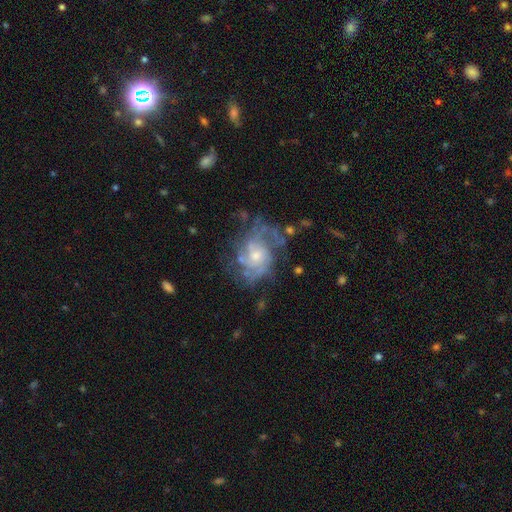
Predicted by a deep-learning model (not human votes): This is clearly a featured or disk galaxy (81%). It is clearly not viewed edge-on (97%). Bar: likely no (72%). Spiral arm pattern: clearly yes (88%). Spiral arm count: marginally can't tell (39%). Spiral winding: marginally tight (42%). Central bulge: possibly moderate (48%). Merging: possibly none (58%).